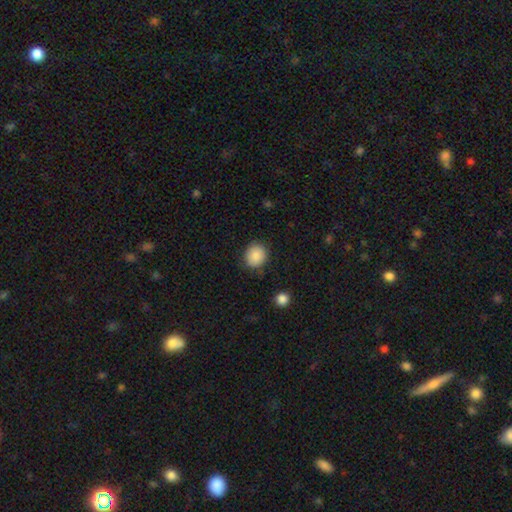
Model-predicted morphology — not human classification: Smooth or featured?
  - smooth: 88% *
  - star or artifact: 8%
  - featured or disk: 4%
How rounded?
  - round: 77% *
  - in between: 22%
  - cigar-shaped: 1%
Merging?
  - none: 83% *
  - minor disturbance: 12%
  - major disturbance: 3%
  - merger: 2%